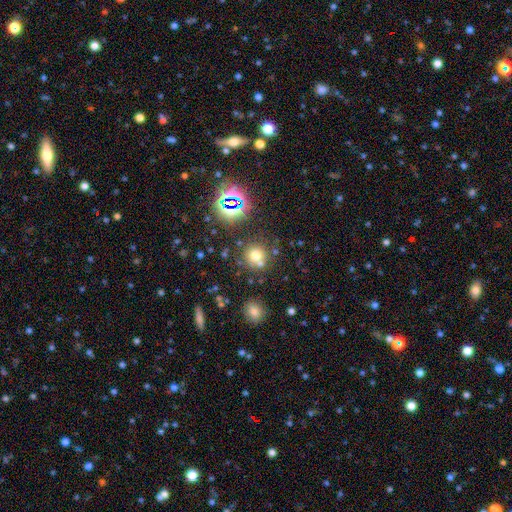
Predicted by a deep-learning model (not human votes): Q: Smooth or featured?
A: smooth (66%); runner-up: star or artifact (23%)
Q: How rounded?
A: round (91%); runner-up: in between (8%)
Q: Merging?
A: none (68%); runner-up: merger (17%)